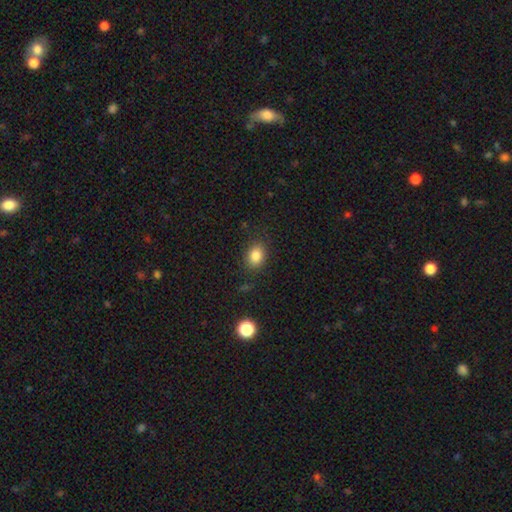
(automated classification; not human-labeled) smooth-or-featured: smooth: 84% | star or artifact: 10% | featured or disk: 6%
  how-rounded: in between: 60% | round: 39% | cigar-shaped: 1%
  merging: none: 84% | minor disturbance: 11% | major disturbance: 3% | merger: 2%